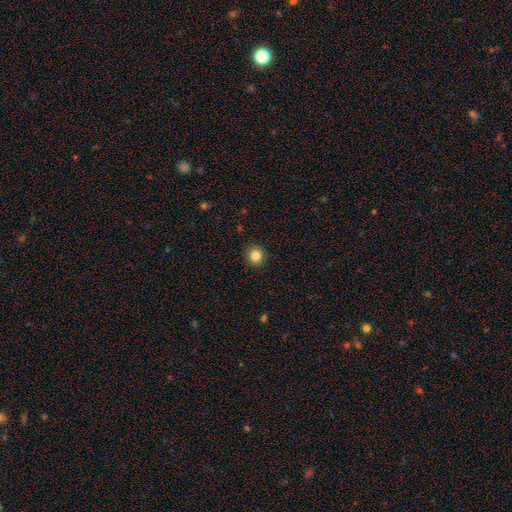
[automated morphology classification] type=smooth (85%); roundness=round (84%); merging=none (91%).